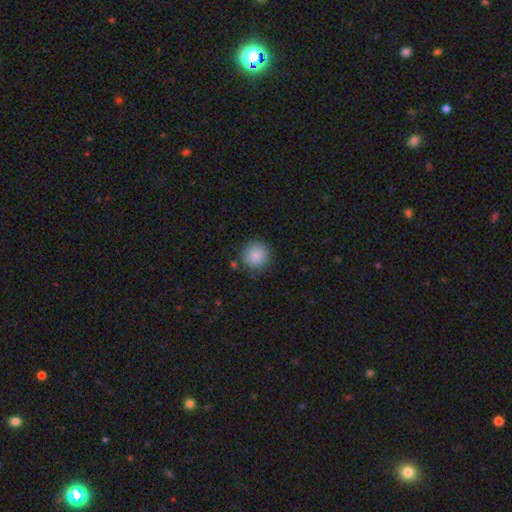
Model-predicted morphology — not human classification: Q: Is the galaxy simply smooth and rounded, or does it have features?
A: smooth — 88%.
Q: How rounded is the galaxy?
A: round — 92%.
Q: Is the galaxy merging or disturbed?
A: none — 84%.